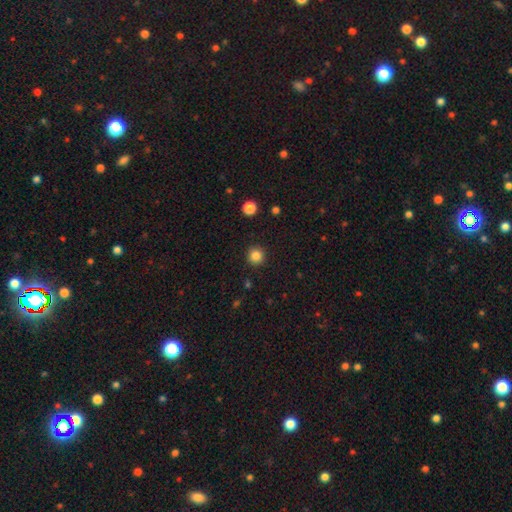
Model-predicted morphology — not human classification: Overall: smooth (84%). How rounded: round (95%). Merging: none (92%).